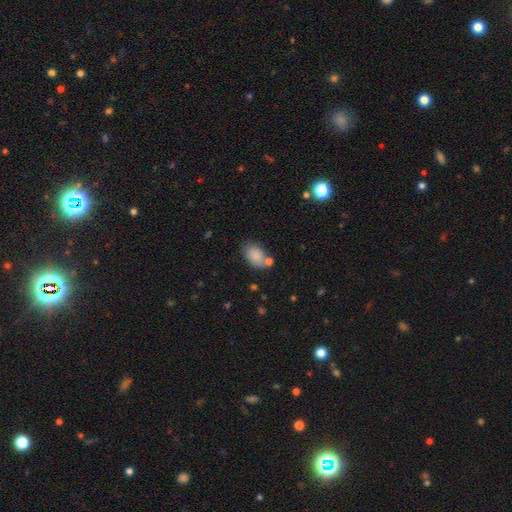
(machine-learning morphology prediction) smooth_or_featured: smooth (p=0.85) [alt: star or artifact p=0.08]
how_rounded: in between (p=0.88) [alt: round p=0.11]
merging: none (p=0.64) [alt: minor disturbance p=0.17]